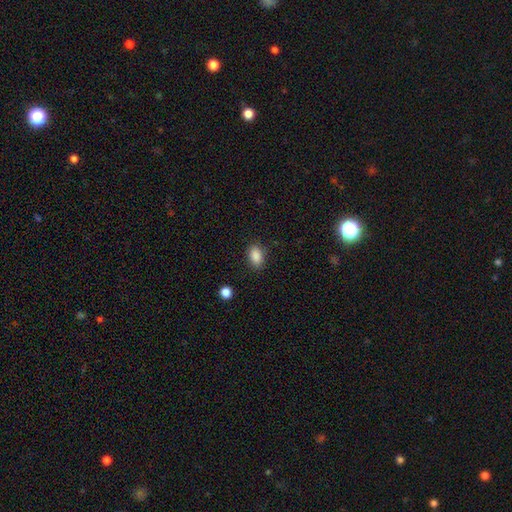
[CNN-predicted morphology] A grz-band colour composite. It shows a smooth galaxy with no disk features (88%) that is in between round and cigar-shaped (85%). Merging: none (85%).